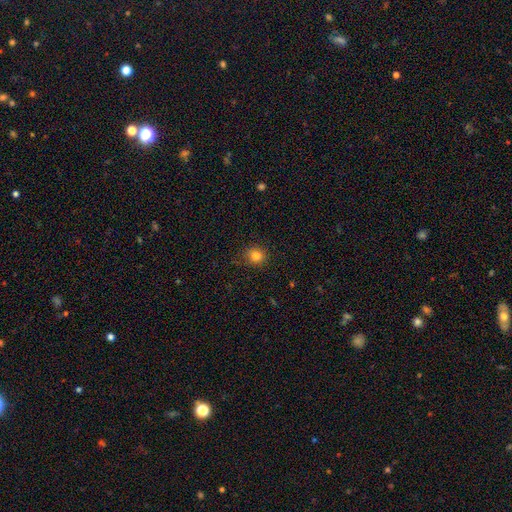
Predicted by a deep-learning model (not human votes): The model was most divided on "smooth or featured": smooth: 82%, star or artifact: 13%, featured or disk: 5%. More confident: merging — none (86%); how rounded — round (85%).